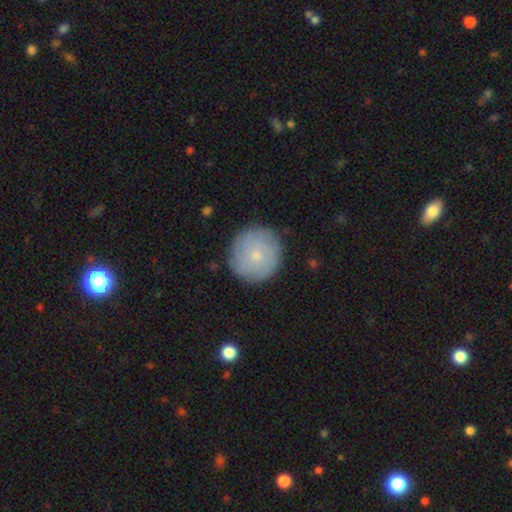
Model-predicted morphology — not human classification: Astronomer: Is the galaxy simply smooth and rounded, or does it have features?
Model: smooth — 59%.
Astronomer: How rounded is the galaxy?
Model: round — 94%.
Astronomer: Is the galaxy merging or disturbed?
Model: none — 87%.